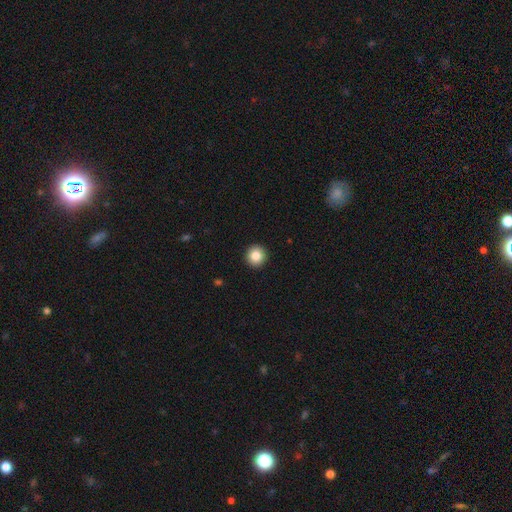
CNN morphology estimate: Smooth or featured?
  - smooth: 85% *
  - star or artifact: 9%
  - featured or disk: 6%
How rounded?
  - round: 95% *
  - in between: 4%
  - cigar-shaped: 1%
Merging?
  - none: 94% *
  - minor disturbance: 4%
  - major disturbance: 1%
  - merger: 1%